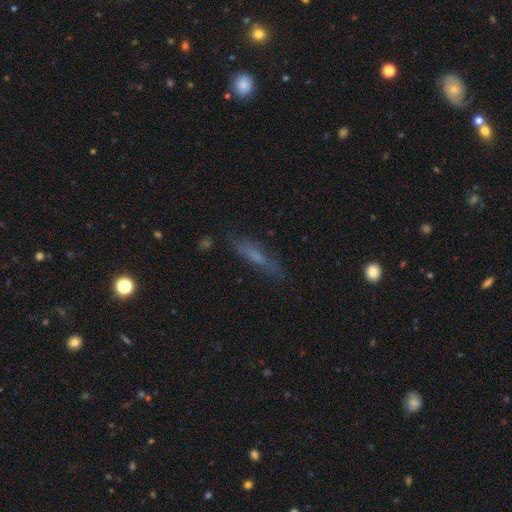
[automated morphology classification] smooth-or-featured: smooth: 46% | featured or disk: 40% | star or artifact: 14%
  merging: none: 76% | minor disturbance: 16% | major disturbance: 5% | merger: 2%